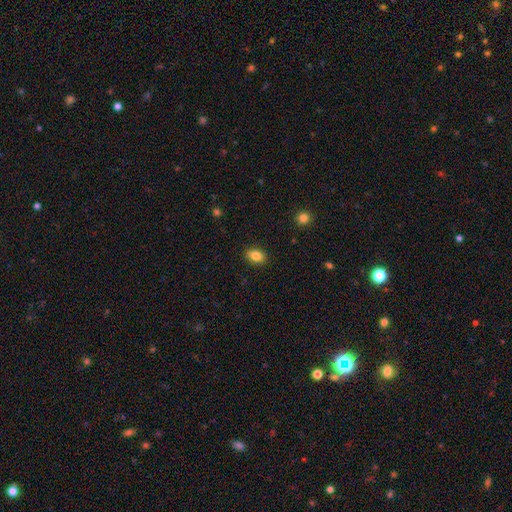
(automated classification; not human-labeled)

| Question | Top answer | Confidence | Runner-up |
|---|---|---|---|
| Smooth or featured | smooth | 85% | star or artifact (9%) |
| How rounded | in between | 80% | round (18%) |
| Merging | none | 89% | minor disturbance (8%) |